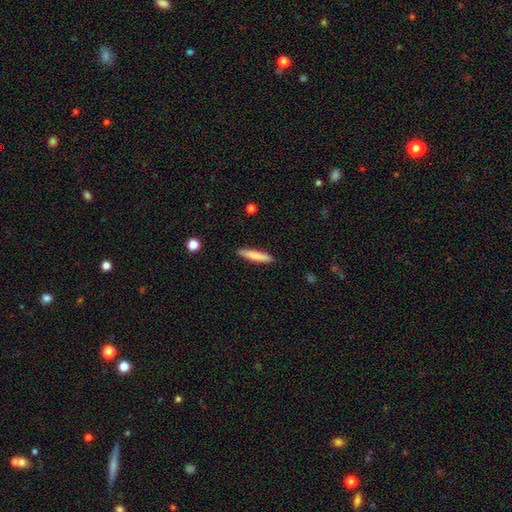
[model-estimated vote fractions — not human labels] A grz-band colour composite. It shows a smooth galaxy with no disk features (80%) that is cigar-shaped (90%). Merging: none (89%).